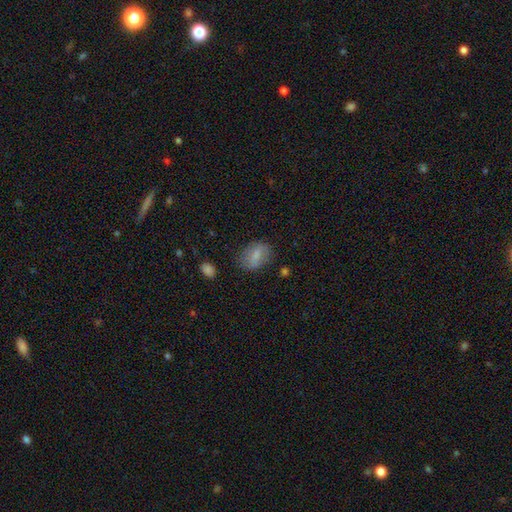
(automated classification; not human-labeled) Smooth or featured?
  - smooth: 70% *
  - featured or disk: 21%
  - star or artifact: 9%
How rounded?
  - in between: 80% *
  - round: 17%
  - cigar-shaped: 3%
Merging?
  - none: 74% *
  - minor disturbance: 18%
  - major disturbance: 6%
  - merger: 2%